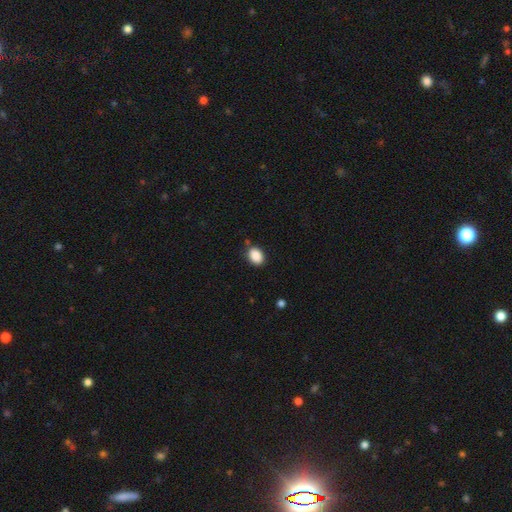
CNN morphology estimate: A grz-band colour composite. It shows a smooth galaxy with no disk features (88%) that is in between round and cigar-shaped (74%). Merging: none (82%).